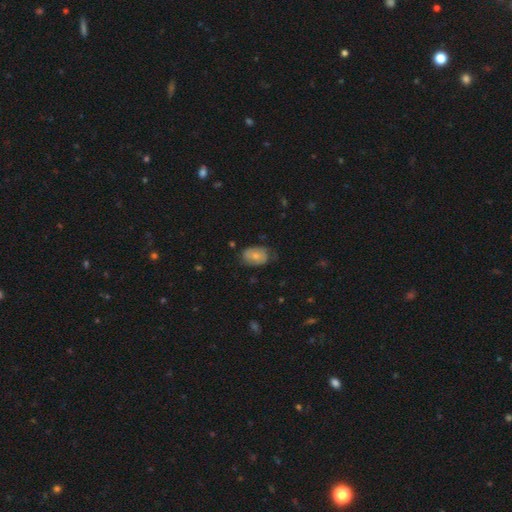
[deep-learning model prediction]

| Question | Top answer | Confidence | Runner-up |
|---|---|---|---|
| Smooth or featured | smooth | 68% | featured or disk (25%) |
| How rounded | in between | 85% | round (14%) |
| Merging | none | 61% | minor disturbance (29%) |